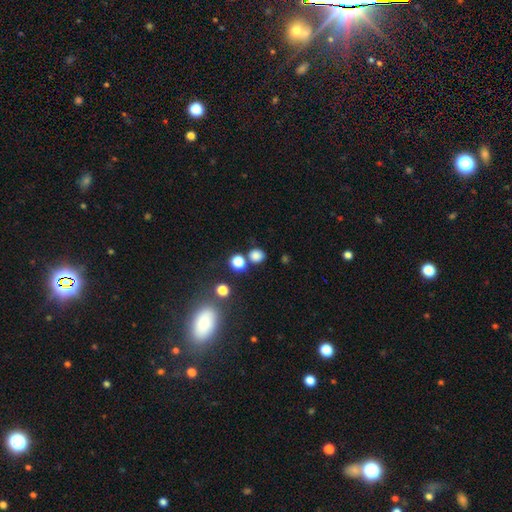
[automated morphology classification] A smooth galaxy with no disk features (80%) that is round (77%).

Vote fractions:
- Smooth or featured? smooth: 80% / star or artifact: 15% / featured or disk: 5%
- How rounded? round: 77% / in between: 22% / cigar-shaped: 1%
- Merging? none: 74% / merger: 13% / minor disturbance: 10% / major disturbance: 4%